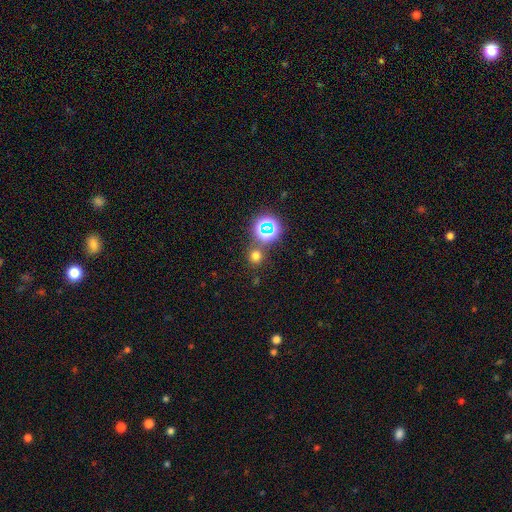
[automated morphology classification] Smooth or featured? Predicted: smooth (p=0.64). How rounded? Predicted: round (p=0.91). Merging? Predicted: none (p=0.78).